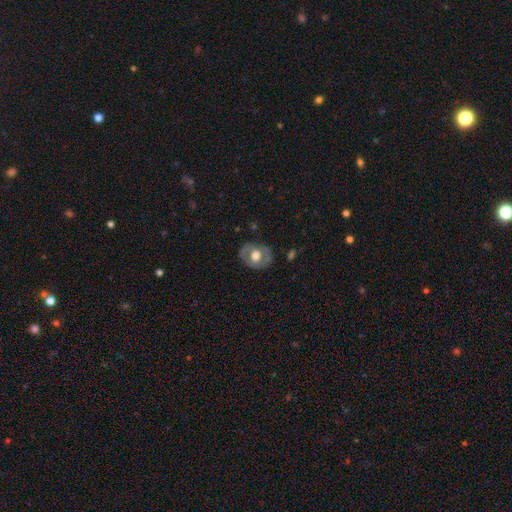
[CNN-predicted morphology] type=featured or disk (52%); edge-on=no (94%); merging=none (79%).